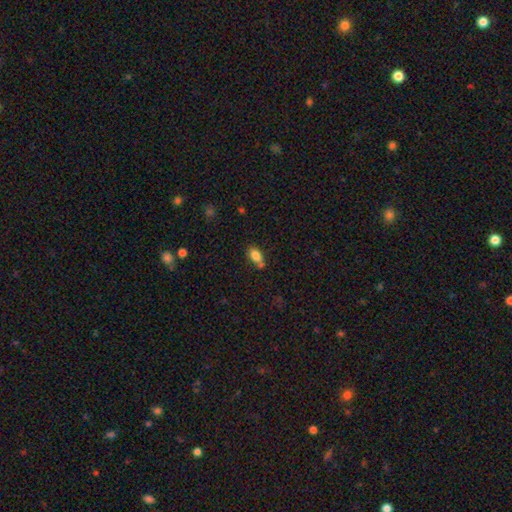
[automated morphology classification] Smooth or featured? smooth (82%)
How rounded? in between (88%)
Merging? none (59%)